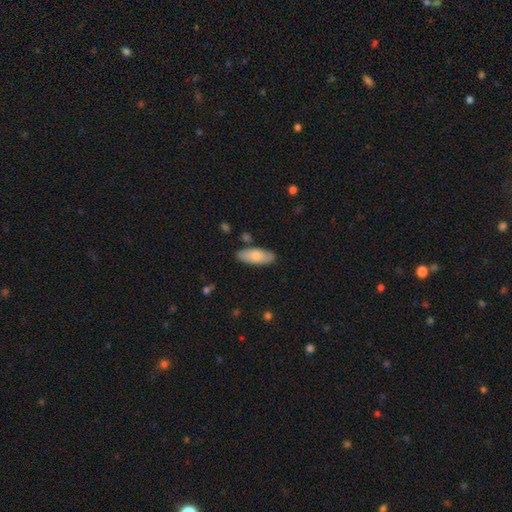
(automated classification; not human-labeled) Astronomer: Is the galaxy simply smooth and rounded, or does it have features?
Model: smooth — 76%.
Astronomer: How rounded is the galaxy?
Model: in between — 79%.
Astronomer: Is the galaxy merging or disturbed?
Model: none — 83%.